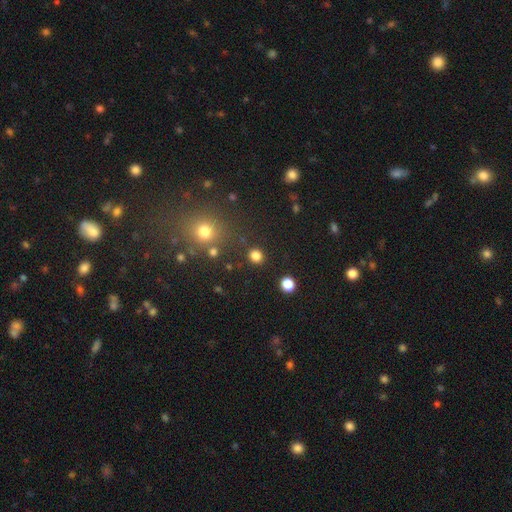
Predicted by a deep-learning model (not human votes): This is clearly a smooth galaxy (82%). How rounded: clearly round (85%). Merging: clearly none (88%).